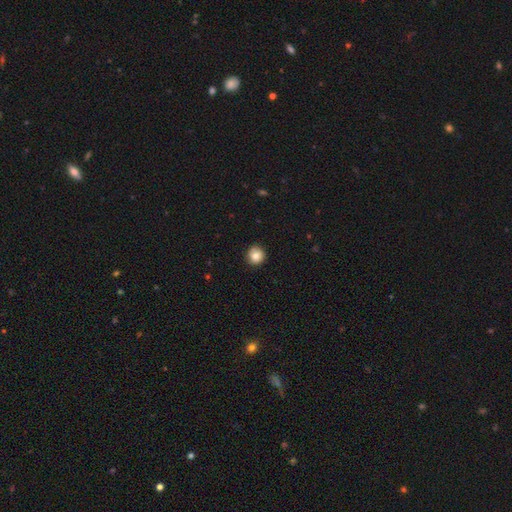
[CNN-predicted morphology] smooth-or-featured: smooth: 81% | featured or disk: 10% | star or artifact: 10%
  how-rounded: round: 93% | in between: 6% | cigar-shaped: 1%
  merging: none: 85% | minor disturbance: 11% | major disturbance: 2% | merger: 1%